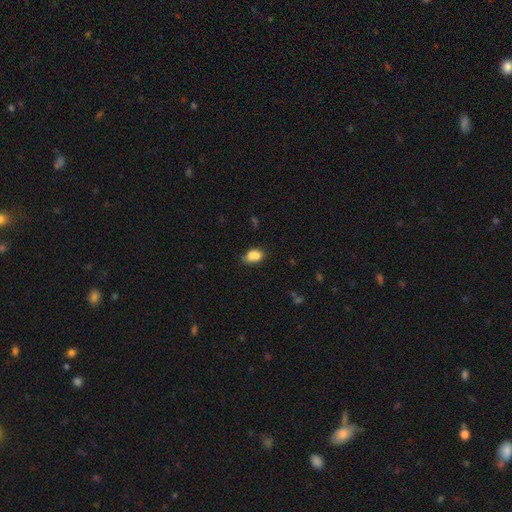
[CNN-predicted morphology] smooth_or_featured: smooth (p=0.83) [alt: star or artifact p=0.09]
how_rounded: in between (p=0.84) [alt: round p=0.14]
merging: none (p=0.53) [alt: minor disturbance p=0.28]